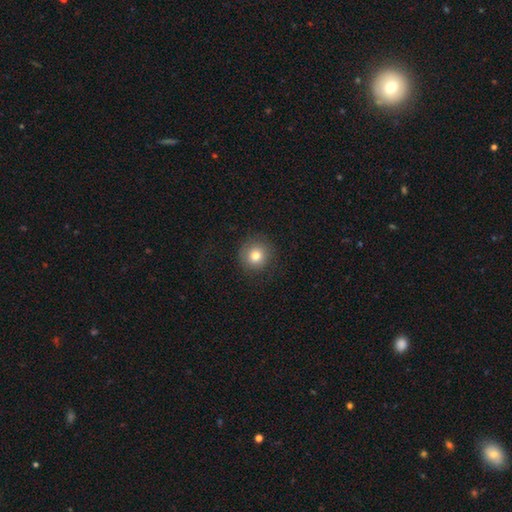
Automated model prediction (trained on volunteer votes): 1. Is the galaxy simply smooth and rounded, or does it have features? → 77% smooth, 12% featured or disk, 11% star or artifact.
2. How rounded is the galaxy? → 93% round, 6% in between, 1% cigar-shaped.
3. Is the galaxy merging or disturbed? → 85% none, 9% minor disturbance, 5% major disturbance, 1% merger.